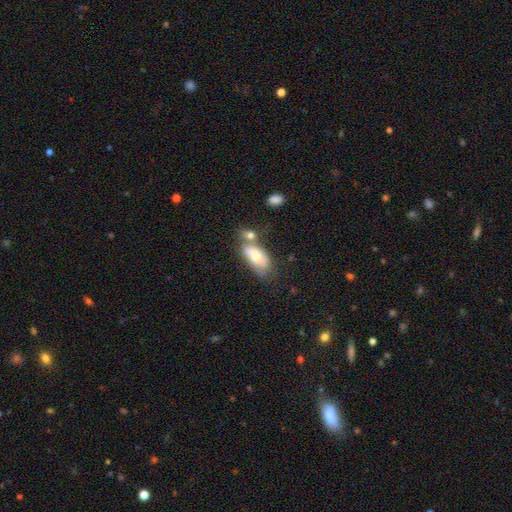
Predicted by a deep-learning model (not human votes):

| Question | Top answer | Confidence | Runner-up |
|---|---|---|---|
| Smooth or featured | smooth | 69% | featured or disk (24%) |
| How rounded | in between | 88% | cigar-shaped (8%) |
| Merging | none | 34% | tied: merger (34%) |